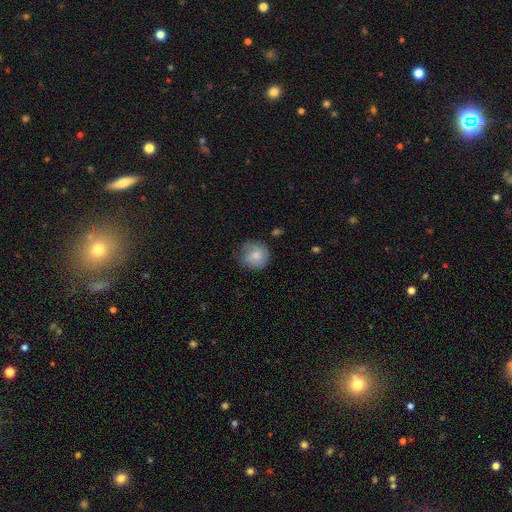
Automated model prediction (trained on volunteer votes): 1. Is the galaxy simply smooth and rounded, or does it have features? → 74% smooth, 19% featured or disk, 7% star or artifact.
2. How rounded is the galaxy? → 90% round, 9% in between, 1% cigar-shaped.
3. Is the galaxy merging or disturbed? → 71% none, 22% minor disturbance, 6% major disturbance, 2% merger.